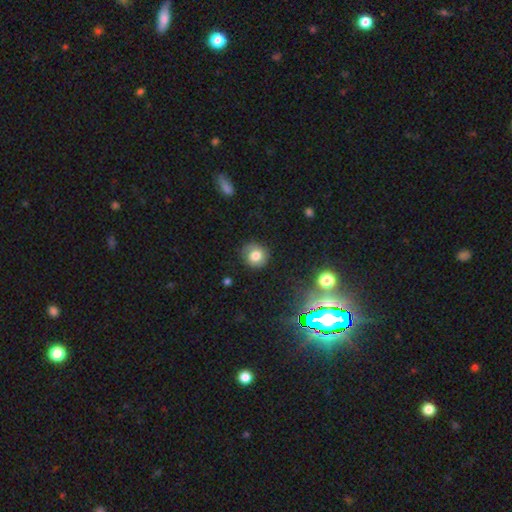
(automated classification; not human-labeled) Overall: smooth (67%). How rounded: round (83%). Merging: none (77%).